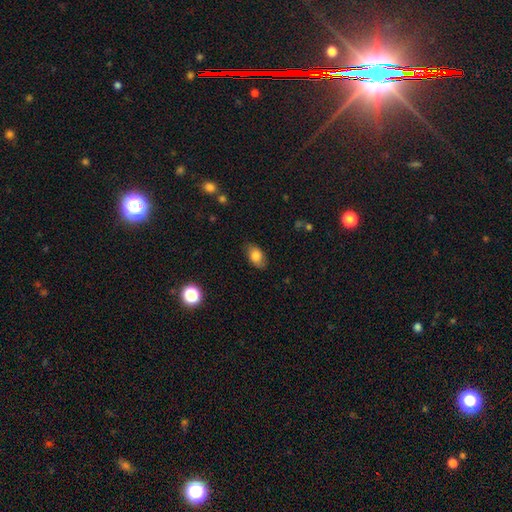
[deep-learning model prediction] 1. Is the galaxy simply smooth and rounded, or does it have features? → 80% smooth, 11% featured or disk, 9% star or artifact.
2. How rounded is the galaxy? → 89% in between, 9% round, 2% cigar-shaped.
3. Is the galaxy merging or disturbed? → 80% none, 15% minor disturbance, 3% major disturbance, 1% merger.